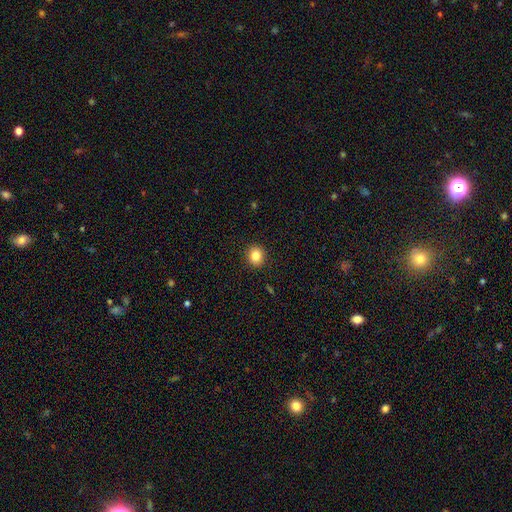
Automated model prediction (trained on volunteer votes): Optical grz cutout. It shows a smooth galaxy with no disk features (84%) that is round (80%). Merging: none (92%).